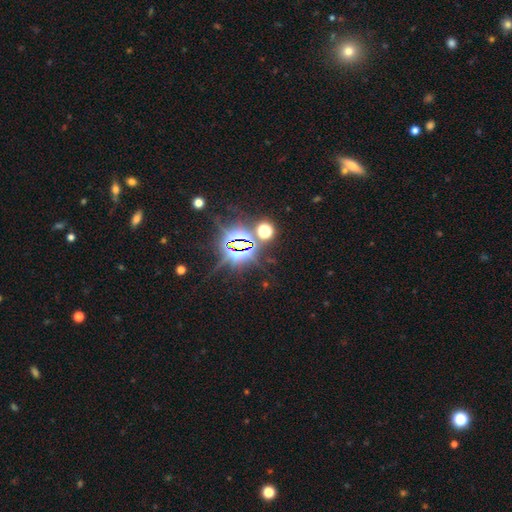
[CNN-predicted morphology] This is clearly a star or artifact rather than a galaxy (82%).